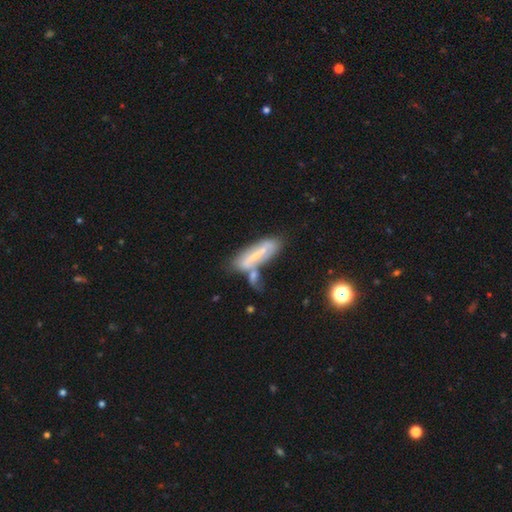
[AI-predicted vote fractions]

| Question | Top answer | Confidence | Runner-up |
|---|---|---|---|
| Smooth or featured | featured or disk | 58% | smooth (34%) |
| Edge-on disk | no | 66% | yes (34%) |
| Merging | none | 39% | merger (33%) |